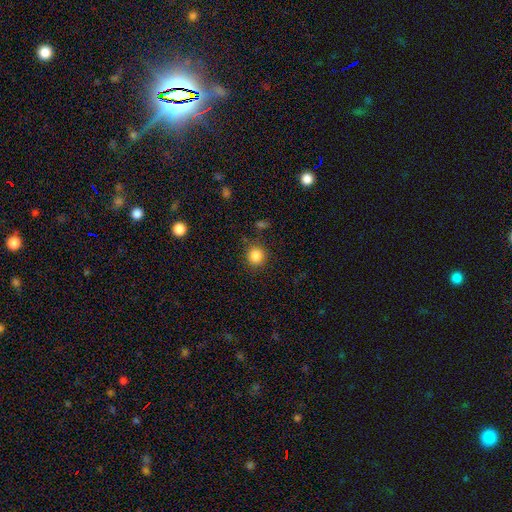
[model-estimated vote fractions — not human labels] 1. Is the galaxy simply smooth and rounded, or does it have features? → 85% smooth, 11% star or artifact, 4% featured or disk.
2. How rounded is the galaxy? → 90% round, 9% in between, 1% cigar-shaped.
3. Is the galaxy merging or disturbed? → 84% none, 10% minor disturbance, 4% major disturbance, 3% merger.